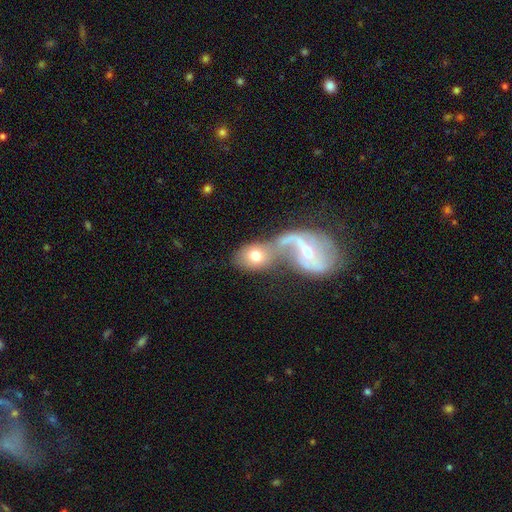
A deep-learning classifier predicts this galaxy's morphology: smooth_or_featured: smooth (p=0.58) [alt: featured or disk p=0.34]
how_rounded: in between (p=0.63) [alt: round p=0.35]
merging: merger (p=0.67) [alt: none p=0.19]